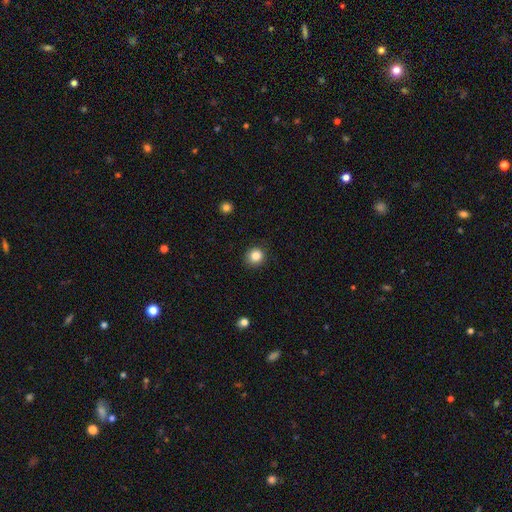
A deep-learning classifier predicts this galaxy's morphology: Smooth or featured? Predicted: smooth (p=0.85). How rounded? Predicted: round (p=0.89). Merging? Predicted: none (p=0.89).